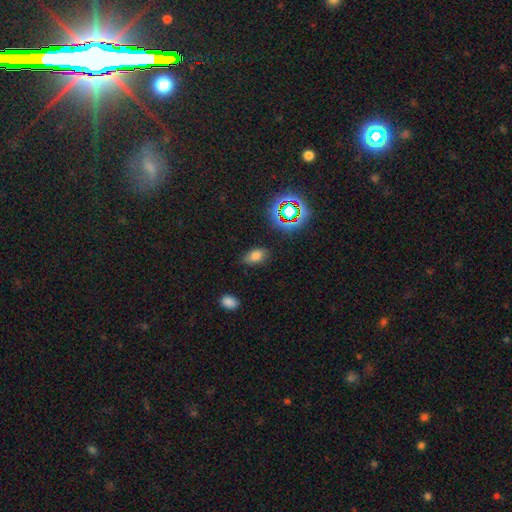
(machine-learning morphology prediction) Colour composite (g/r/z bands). It shows a smooth galaxy with no disk features (73%) that is in between round and cigar-shaped (88%). Merging: none (80%).